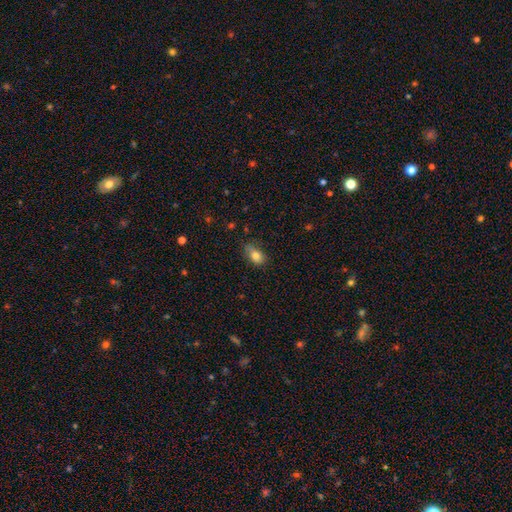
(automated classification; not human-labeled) A smooth galaxy with no disk features (80%) that is in between round and cigar-shaped (82%). Merging: none (59%).